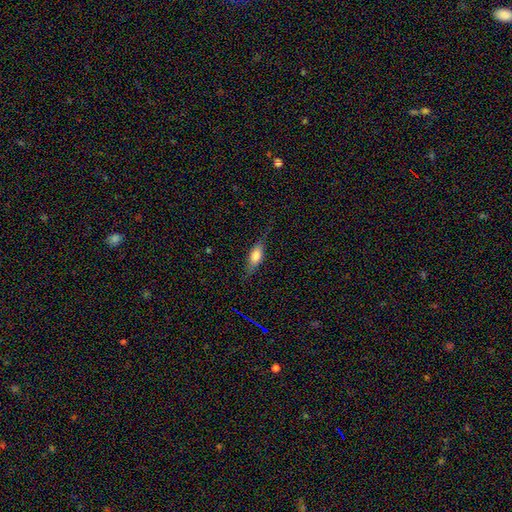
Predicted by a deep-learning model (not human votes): Smooth or featured? Predicted: smooth (p=0.61). How rounded? Predicted: in between (p=0.62). Merging? Predicted: none (p=0.74).